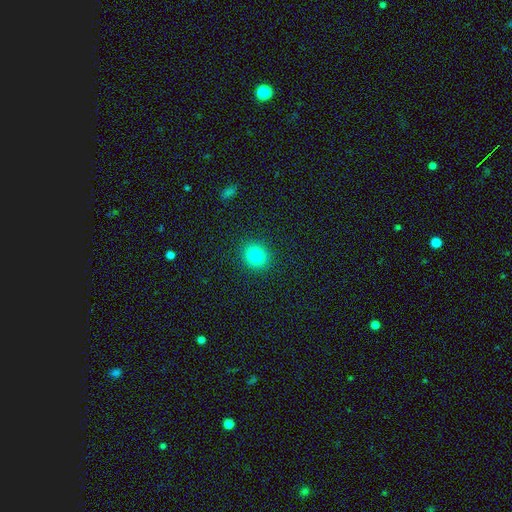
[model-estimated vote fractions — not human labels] A smooth galaxy with no disk features (82%) that is round (80%).

Vote fractions:
- Smooth or featured? smooth: 82% / star or artifact: 12% / featured or disk: 6%
- How rounded? round: 80% / in between: 19% / cigar-shaped: 1%
- Merging? none: 91% / minor disturbance: 6% / major disturbance: 2% / merger: 1%